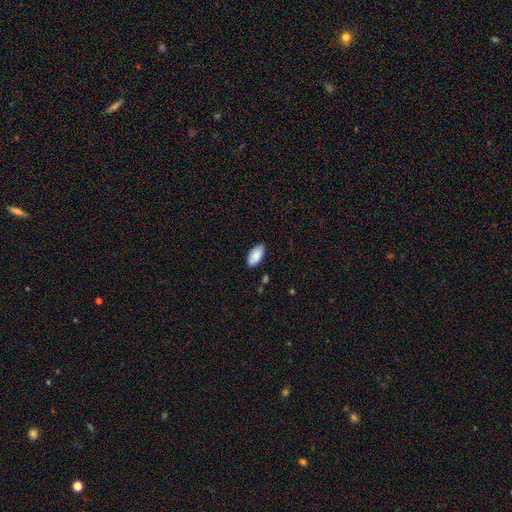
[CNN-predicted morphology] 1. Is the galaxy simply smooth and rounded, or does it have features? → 88% smooth, 6% featured or disk, 6% star or artifact.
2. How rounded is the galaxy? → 93% in between, 5% cigar-shaped, 2% round.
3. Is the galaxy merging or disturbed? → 86% none, 11% minor disturbance, 2% major disturbance, 1% merger.